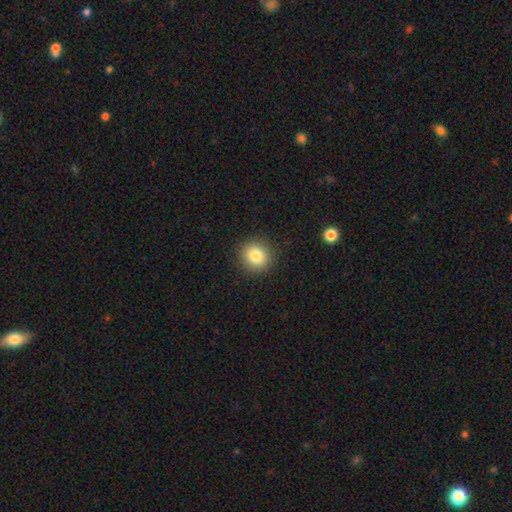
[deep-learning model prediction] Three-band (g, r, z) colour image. It shows a smooth galaxy with no disk features (83%) that is round (89%). Merging: none (91%).